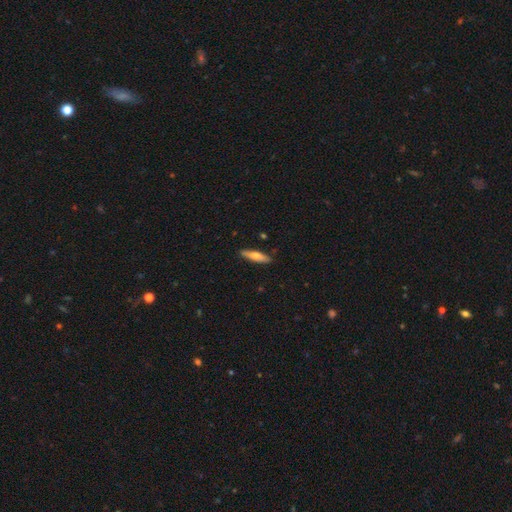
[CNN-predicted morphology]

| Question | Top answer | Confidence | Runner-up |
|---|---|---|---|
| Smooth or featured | smooth | 63% | featured or disk (32%) |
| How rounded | cigar-shaped | 75% | in between (23%) |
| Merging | none | 87% | minor disturbance (10%) |